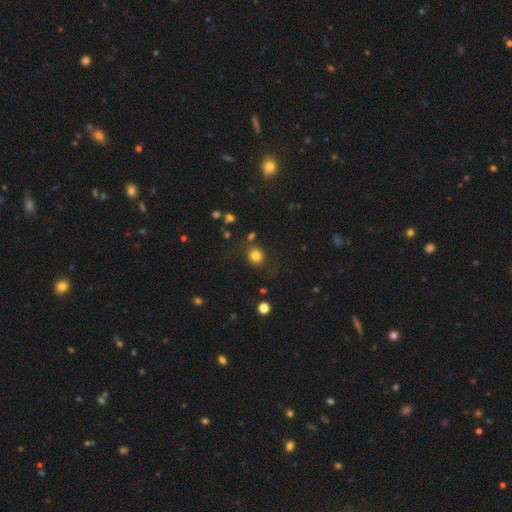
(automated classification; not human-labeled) Q: Smooth or featured?
A: smooth (80%); runner-up: star or artifact (13%)
Q: How rounded?
A: round (85%); runner-up: in between (14%)
Q: Merging?
A: none (78%); runner-up: minor disturbance (11%)